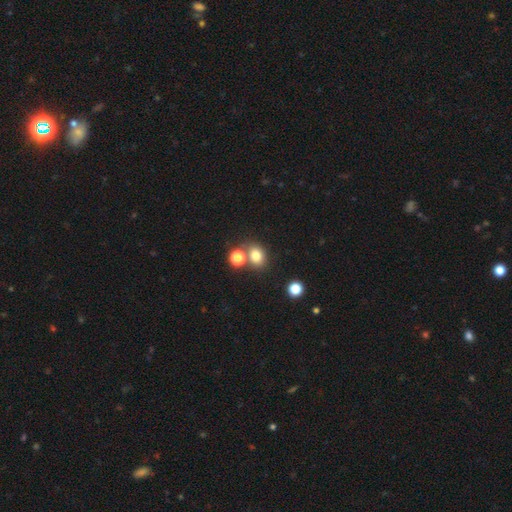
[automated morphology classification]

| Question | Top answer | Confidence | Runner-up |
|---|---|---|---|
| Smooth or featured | smooth | 78% | star or artifact (14%) |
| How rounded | round | 55% | in between (44%) |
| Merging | none | 62% | merger (25%) |